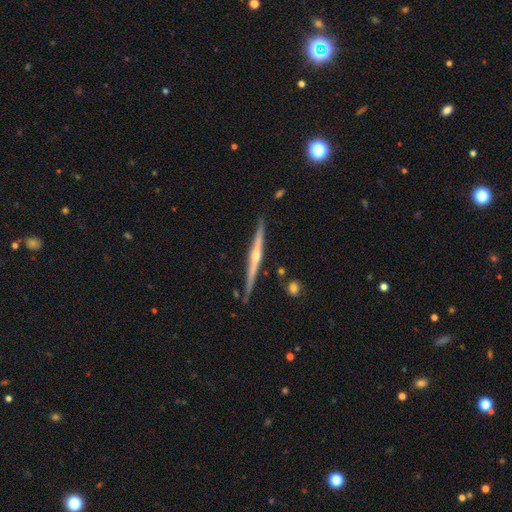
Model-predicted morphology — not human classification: A featured or disk galaxy (82%) viewed edge-on (98%) with a rounded central bulge (85%). Merging: none (89%).